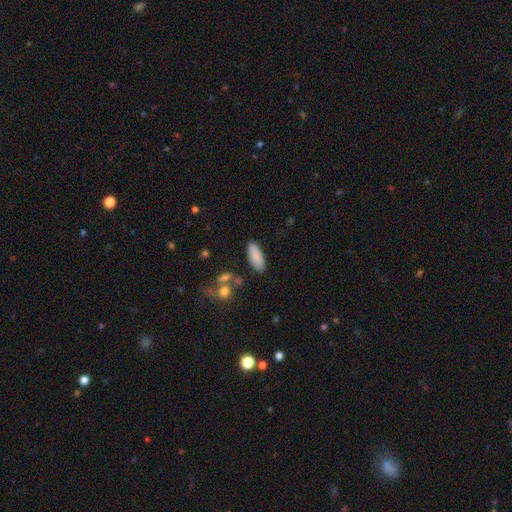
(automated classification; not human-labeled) Morphology: type=smooth (86%); roundness=in between (77%); merging=none (84%).